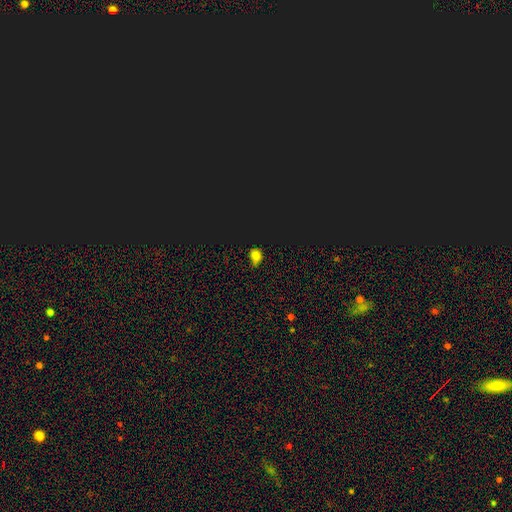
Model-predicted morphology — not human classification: A smooth galaxy with no disk features (65%) that is round (68%). Merging: none (59%).